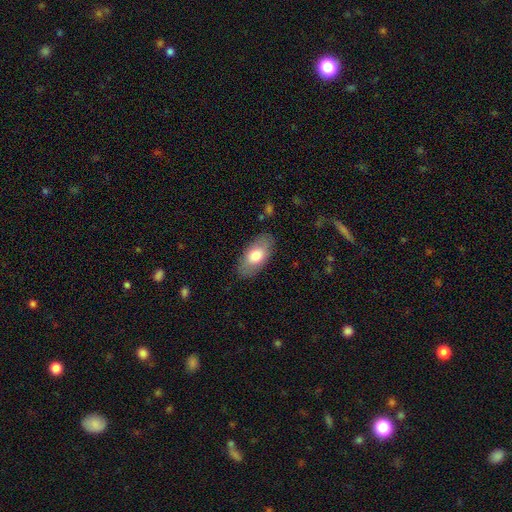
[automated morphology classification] The model was most divided on "smooth or featured": smooth: 73%, featured or disk: 21%, star or artifact: 6%. More confident: how rounded — in between (92%); merging — none (84%).